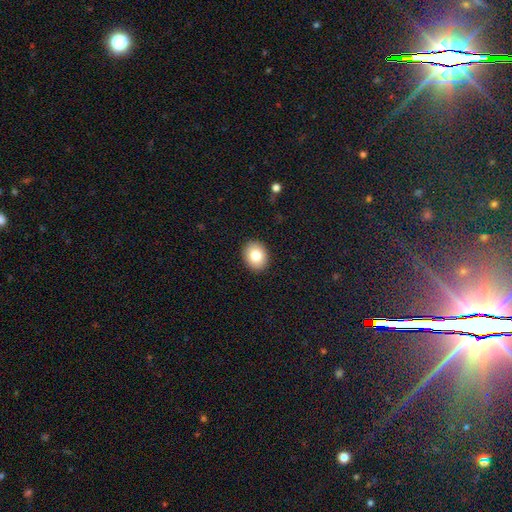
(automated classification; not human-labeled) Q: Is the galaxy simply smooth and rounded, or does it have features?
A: smooth — 82%.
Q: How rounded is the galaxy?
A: round — 53%.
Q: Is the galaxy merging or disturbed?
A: none — 91%.